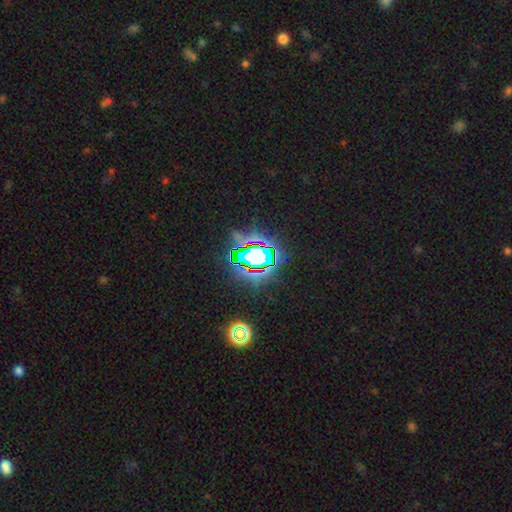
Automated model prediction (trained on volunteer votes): smooth_or_featured: star or artifact (p=0.68) [alt: smooth p=0.18]